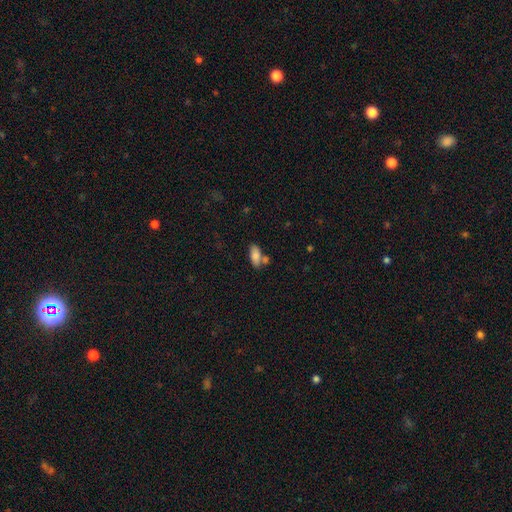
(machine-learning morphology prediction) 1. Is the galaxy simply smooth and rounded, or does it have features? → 81% smooth, 11% featured or disk, 8% star or artifact.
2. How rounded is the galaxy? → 85% in between, 13% cigar-shaped, 3% round.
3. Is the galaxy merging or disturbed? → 56% none, 24% merger, 15% minor disturbance, 4% major disturbance.